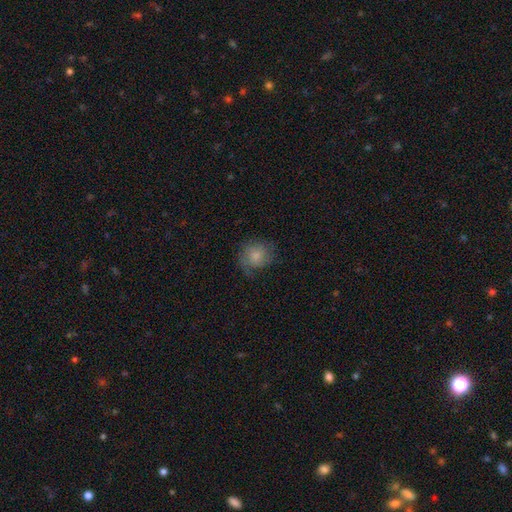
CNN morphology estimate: Smooth or featured?
  - smooth: 70% *
  - featured or disk: 22%
  - star or artifact: 8%
How rounded?
  - round: 80% *
  - in between: 19%
  - cigar-shaped: 1%
Merging?
  - none: 62% *
  - minor disturbance: 26%
  - major disturbance: 12%
  - merger: 1%